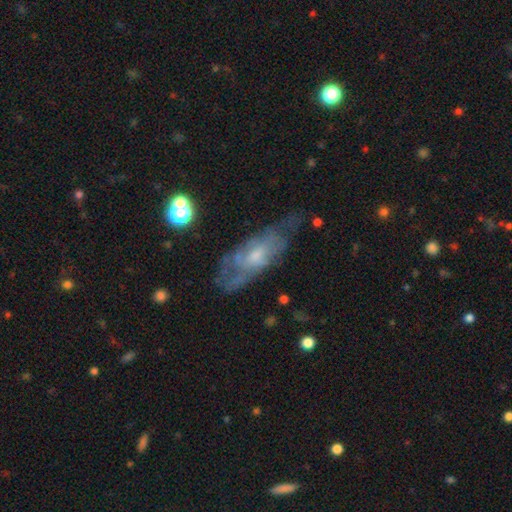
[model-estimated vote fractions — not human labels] Overall: featured or disk (63%; smooth 28%). Edge-on disk: no (84%). Bar: no (69%). Spiral arms: yes (59%; no 41%). Bulge size: moderate (42%, tied with small). Merging: none (53%; minor disturbance 26%).